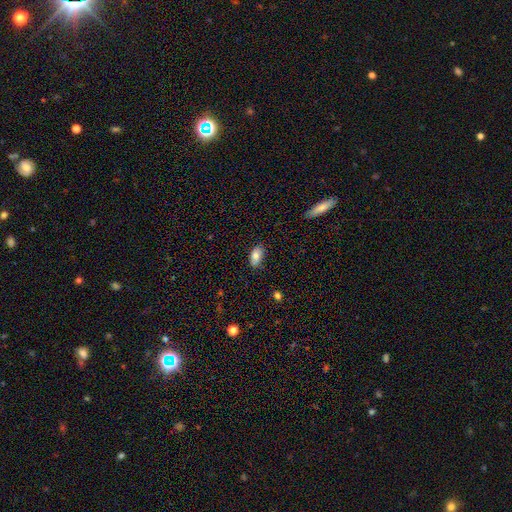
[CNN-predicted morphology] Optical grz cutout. It shows a smooth galaxy with no disk features (80%) that is in between round and cigar-shaped (92%). Merging: none (80%).